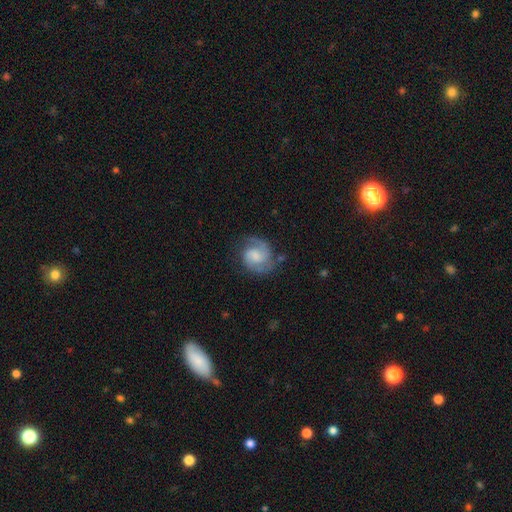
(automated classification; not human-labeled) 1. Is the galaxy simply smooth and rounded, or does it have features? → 77% featured or disk, 16% smooth, 6% star or artifact.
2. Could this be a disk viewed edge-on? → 98% no, 2% yes.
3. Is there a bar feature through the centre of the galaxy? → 46% weak (tied), 46% no (tied), 8% strong.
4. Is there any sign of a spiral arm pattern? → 96% yes, 4% no.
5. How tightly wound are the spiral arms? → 50% medium, 35% tight, 15% loose.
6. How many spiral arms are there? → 80% 2, 8% 1, 6% can't tell, 3% 3, 1% 4, 1% more than 4.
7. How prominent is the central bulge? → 32% moderate, 30% small, 24% none, 12% large, 2% dominant.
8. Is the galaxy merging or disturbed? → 68% none, 20% minor disturbance, 10% major disturbance, 2% merger.